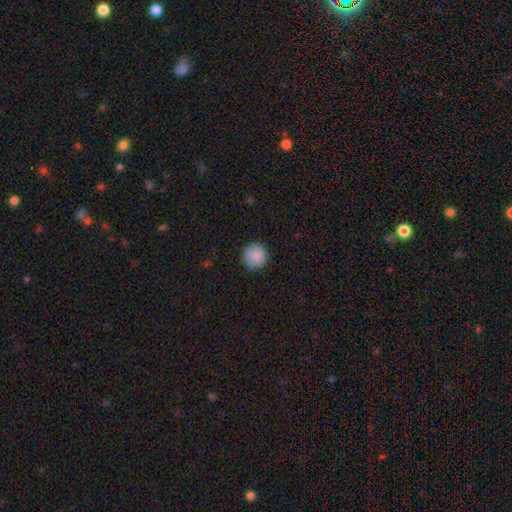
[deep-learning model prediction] A smooth galaxy with no disk features (88%) that is round (95%). Merging: none (88%).